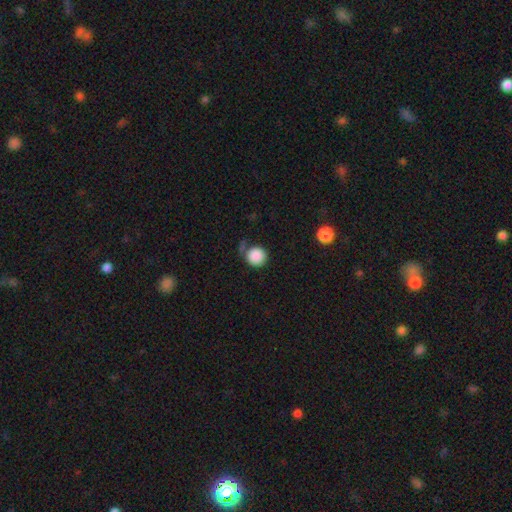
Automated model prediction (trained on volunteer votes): Smooth or featured?
  - smooth: 88% *
  - star or artifact: 8%
  - featured or disk: 4%
How rounded?
  - round: 94% *
  - in between: 5%
  - cigar-shaped: 1%
Merging?
  - none: 67% *
  - minor disturbance: 17%
  - major disturbance: 8%
  - merger: 8%